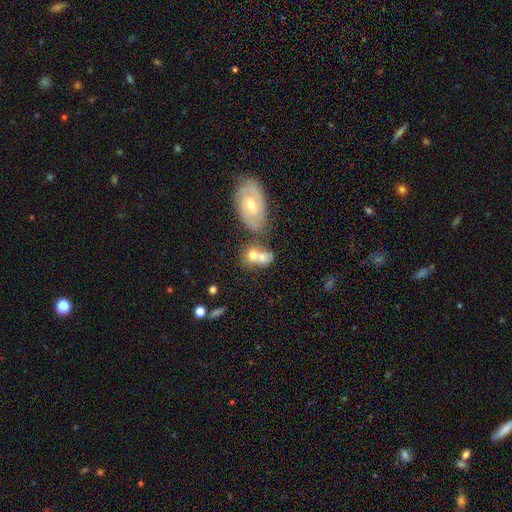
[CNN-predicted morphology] smooth_or_featured: smooth (p=0.57) [alt: featured or disk p=0.33]
how_rounded: in between (p=0.51) [alt: round p=0.47]
merging: merger (p=0.53) [alt: none p=0.30]